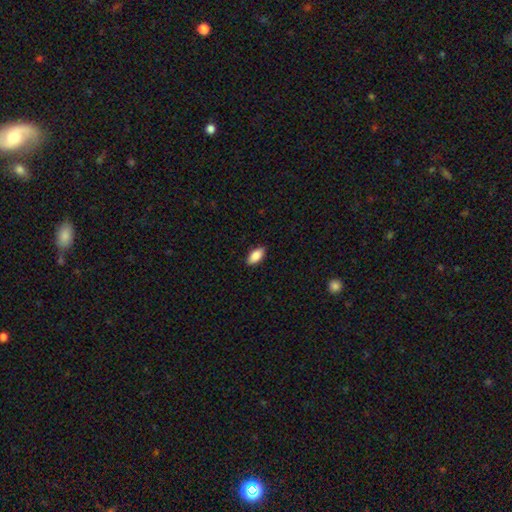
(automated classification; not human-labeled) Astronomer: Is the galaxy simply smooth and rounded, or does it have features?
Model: smooth — 87%.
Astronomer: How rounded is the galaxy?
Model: in between — 91%.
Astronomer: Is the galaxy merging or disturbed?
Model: none — 89%.